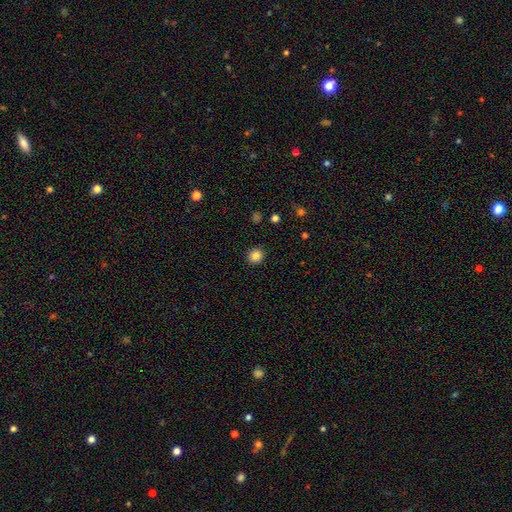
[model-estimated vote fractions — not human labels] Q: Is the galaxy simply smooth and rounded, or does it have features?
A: smooth — 85%.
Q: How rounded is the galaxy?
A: round — 88%.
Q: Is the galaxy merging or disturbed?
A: none — 92%.